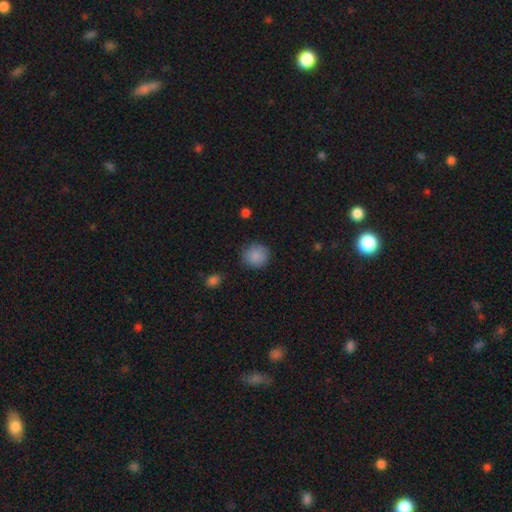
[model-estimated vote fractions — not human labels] Overall: smooth (88%). How rounded: round (89%). Merging: none (85%).